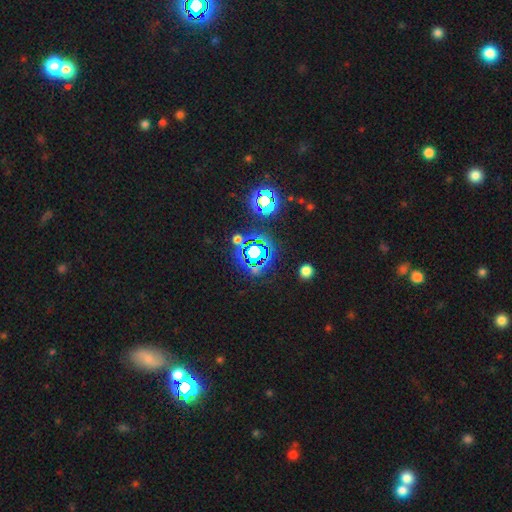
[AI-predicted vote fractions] Smooth or featured?
  - star or artifact: 77% *
  - smooth: 15%
  - featured or disk: 8%